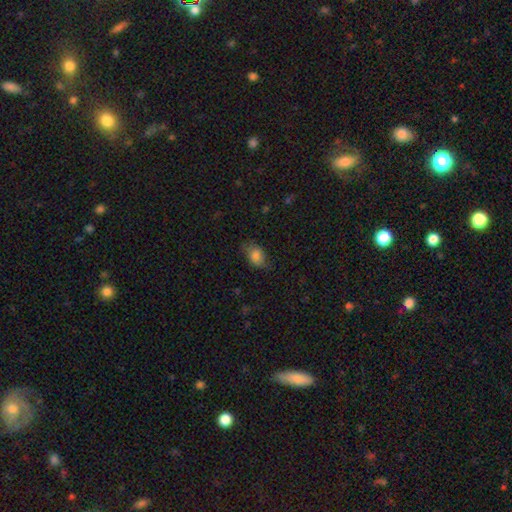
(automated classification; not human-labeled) This appears to be a smooth galaxy with no disk features (81%) that is in between round and cigar-shaped (82%). Merging: none (67%).